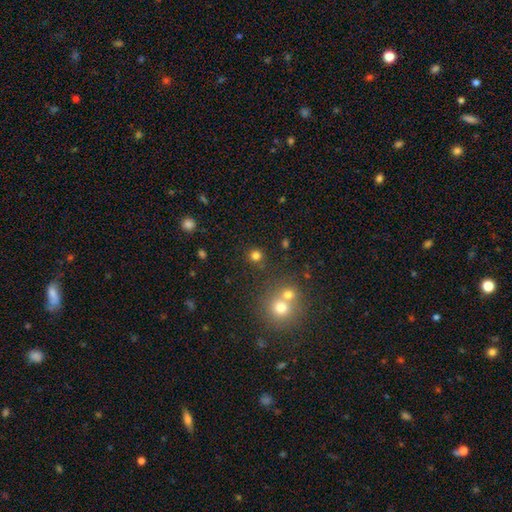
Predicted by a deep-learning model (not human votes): smooth_or_featured: smooth (p=0.77) [alt: star or artifact p=0.17]
how_rounded: round (p=0.92) [alt: in between p=0.07]
merging: none (p=0.80) [alt: merger p=0.10]